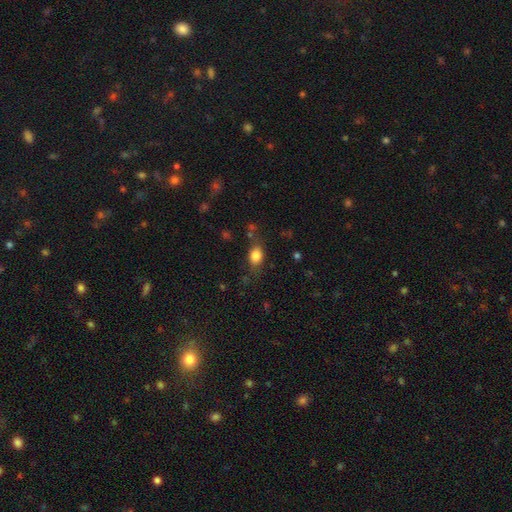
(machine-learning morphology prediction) type=smooth (82%); roundness=in between (68%); merging=none (68%).